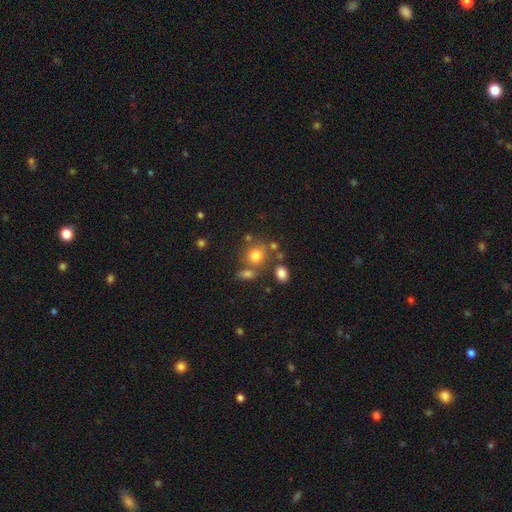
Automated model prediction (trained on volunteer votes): smooth_or_featured: smooth (p=0.75) [alt: star or artifact p=0.14]
how_rounded: round (p=0.77) [alt: in between p=0.22]
merging: none (p=0.62) [alt: merger p=0.21]